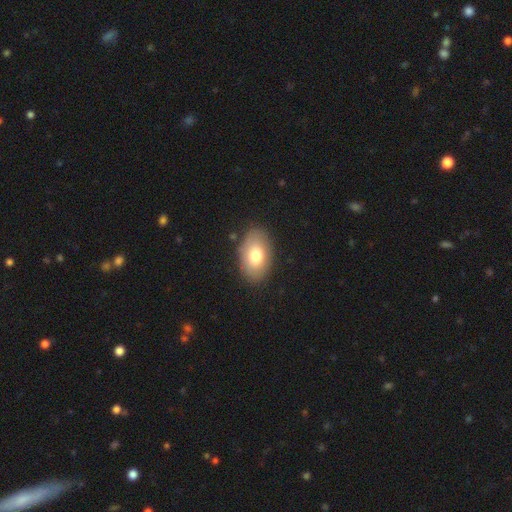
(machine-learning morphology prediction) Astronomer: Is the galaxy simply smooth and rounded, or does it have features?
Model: smooth — 77%.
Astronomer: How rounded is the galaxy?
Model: in between — 91%.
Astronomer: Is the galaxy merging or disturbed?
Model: none — 84%.